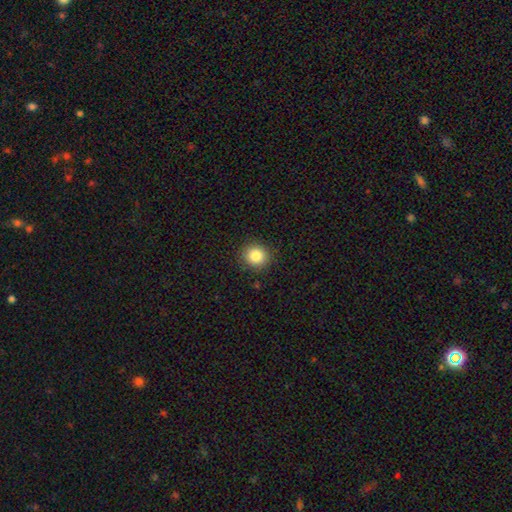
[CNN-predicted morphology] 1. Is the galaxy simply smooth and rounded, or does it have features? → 84% smooth, 10% star or artifact, 6% featured or disk.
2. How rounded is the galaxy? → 85% round, 14% in between, 1% cigar-shaped.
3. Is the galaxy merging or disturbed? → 90% none, 7% minor disturbance, 2% major disturbance, 1% merger.